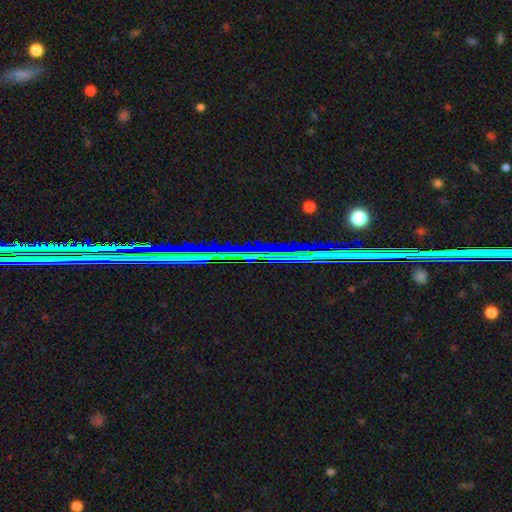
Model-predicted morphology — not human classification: A star or artifact, not a galaxy (83%).